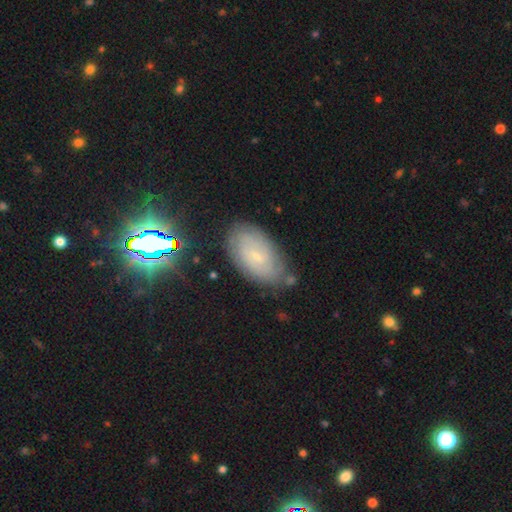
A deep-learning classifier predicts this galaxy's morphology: Overall: featured or disk (50%; smooth 37%). Merging: none (72%).